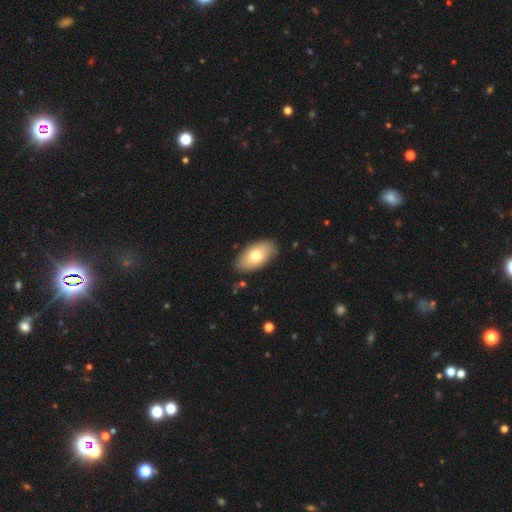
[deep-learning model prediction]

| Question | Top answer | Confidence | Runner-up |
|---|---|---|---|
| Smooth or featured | smooth | 73% | featured or disk (21%) |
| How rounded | in between | 94% | round (3%) |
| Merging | none | 86% | minor disturbance (10%) |